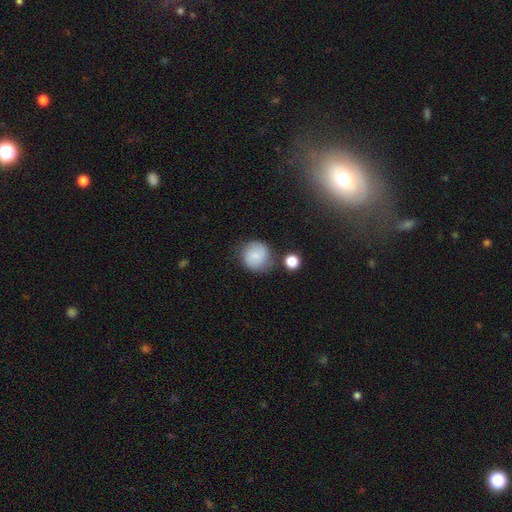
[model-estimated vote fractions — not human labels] A smooth galaxy with no disk features (75%) that is round (90%). Merging: none (73%).